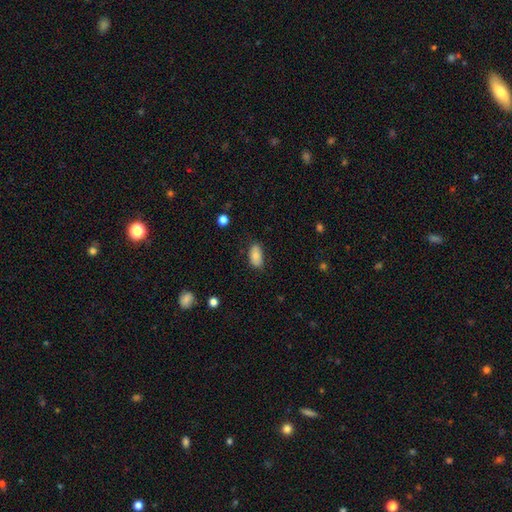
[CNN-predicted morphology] A smooth galaxy with no disk features (79%) that is in between round and cigar-shaped (93%).

Vote fractions:
- Smooth or featured? smooth: 79% / featured or disk: 13% / star or artifact: 8%
- How rounded? in between: 93% / round: 5% / cigar-shaped: 2%
- Merging? none: 74% / minor disturbance: 20% / major disturbance: 4% / merger: 2%